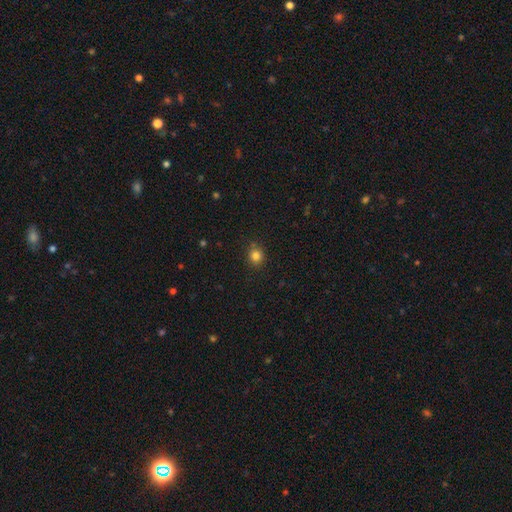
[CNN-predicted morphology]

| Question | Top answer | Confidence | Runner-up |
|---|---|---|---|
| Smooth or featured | smooth | 83% | star or artifact (13%) |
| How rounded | round | 85% | in between (14%) |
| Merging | none | 84% | minor disturbance (11%) |